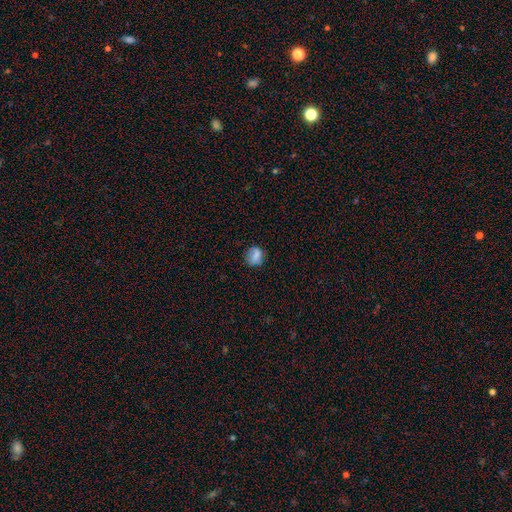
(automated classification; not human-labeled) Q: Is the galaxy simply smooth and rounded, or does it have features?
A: smooth — 74%.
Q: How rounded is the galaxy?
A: round — 63%.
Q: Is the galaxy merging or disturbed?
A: none — 72%.